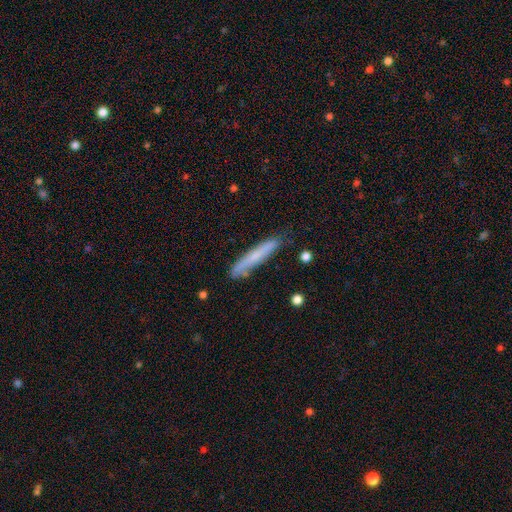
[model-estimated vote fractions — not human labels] This appears to be a smooth galaxy with no disk features (61%) that is cigar-shaped (94%). Merging: none (78%).